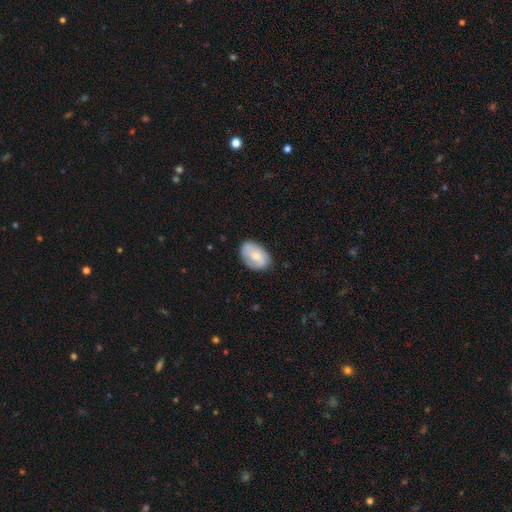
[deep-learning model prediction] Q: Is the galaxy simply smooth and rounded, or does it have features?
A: smooth — 62%.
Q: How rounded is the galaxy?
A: in between — 87%.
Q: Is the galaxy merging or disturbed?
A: none — 69%.